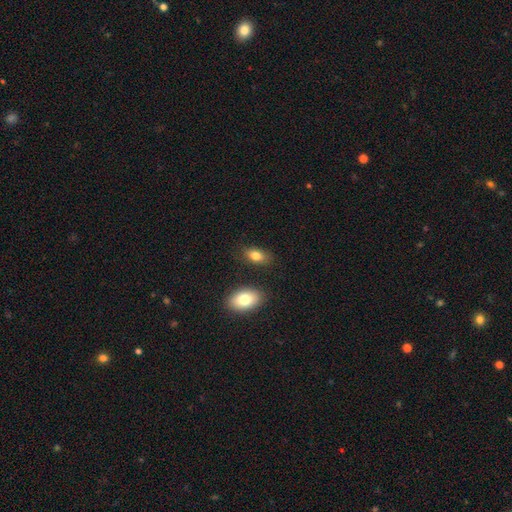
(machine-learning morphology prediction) type=smooth (81%); roundness=in between (89%); merging=none (81%).